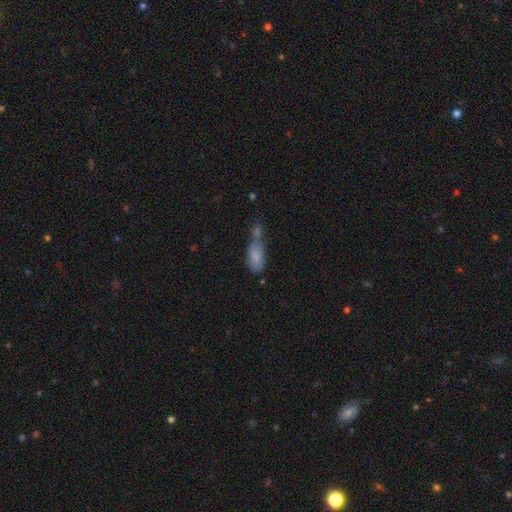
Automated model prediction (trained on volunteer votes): This appears to be a smooth galaxy with no disk features (77%) that is in between round and cigar-shaped (86%). Merging: merger (54%).